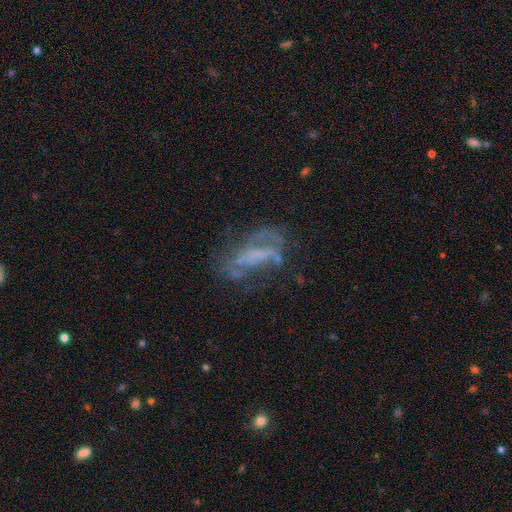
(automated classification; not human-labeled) Smooth or featured? Predicted: featured or disk (p=0.65). Edge-on disk? Predicted: no (p=0.91). Bar? Predicted: no (p=0.44). Spiral arms? Predicted: yes (p=0.52). Bulge size? Predicted: none (p=0.62). Merging? Predicted: none (p=0.43).